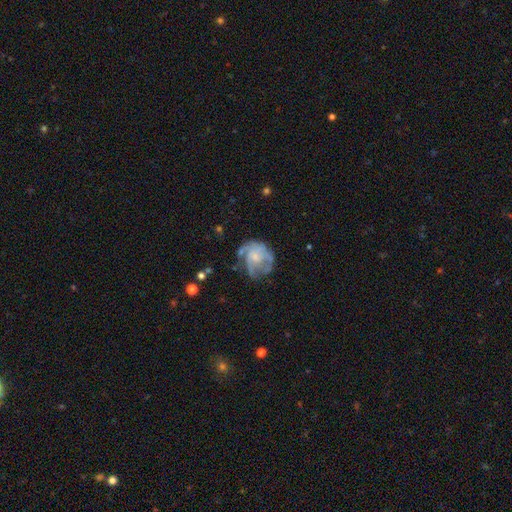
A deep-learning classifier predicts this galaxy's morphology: Smooth or featured?
  - featured or disk: 69% *
  - smooth: 23%
  - star or artifact: 8%
Edge-on disk?
  - no: 98% *
  - yes: 2%
Bar?
  - no: 76% *
  - weak: 20%
  - strong: 3%
Spiral arms?
  - yes: 75% *
  - no: 25%
Spiral winding?
  - tight: 43% *
  - medium: 38%
  - loose: 19%
Spiral arm count?
  - can't tell: 39% *
  - 3: 25%
  - 2: 14%
  - 4: 11%
  - 1: 7%
  - more than 4: 5%
Bulge size?
  - small: 50% *
  - moderate: 28%
  - none: 17%
  - large: 3%
  - dominant: 1%
Merging?
  - none: 50% *
  - minor disturbance: 24%
  - major disturbance: 23%
  - merger: 3%